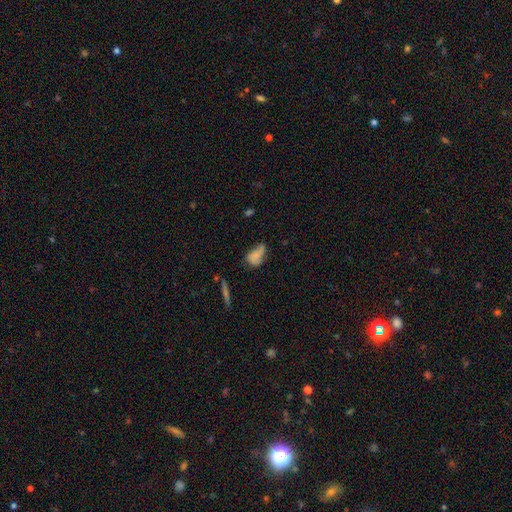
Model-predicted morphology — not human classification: smooth_or_featured: smooth (p=0.62) [alt: featured or disk p=0.27]
how_rounded: in between (p=0.86) [alt: round p=0.09]
merging: minor disturbance (p=0.35) [alt: none p=0.34]